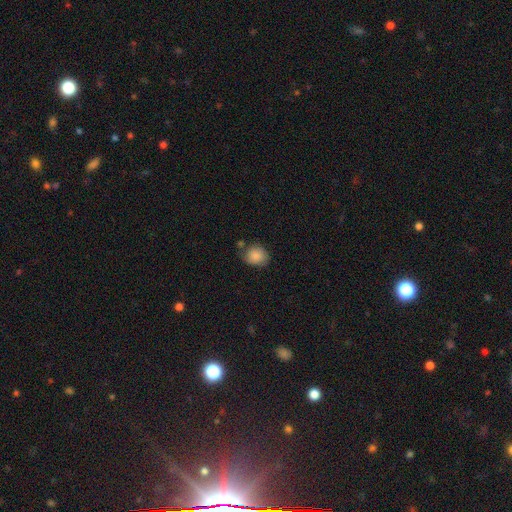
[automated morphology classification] Smooth or featured: smooth — 86% (star or artifact — 8%)
How rounded: round — 70% (in between — 29%)
Merging: none — 63% (minor disturbance — 23%)